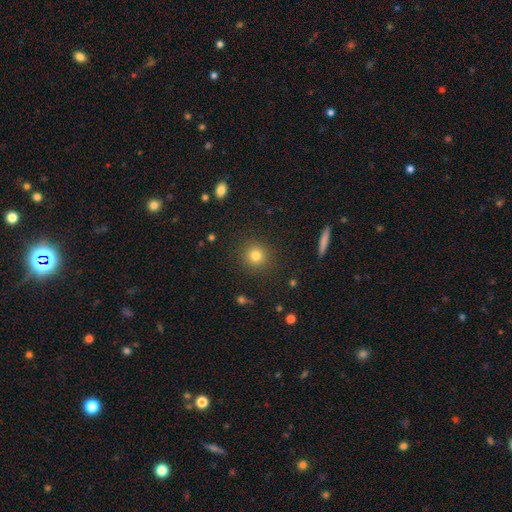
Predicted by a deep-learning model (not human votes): This is likely a smooth galaxy (80%). How rounded: clearly round (93%). Merging: clearly none (90%).